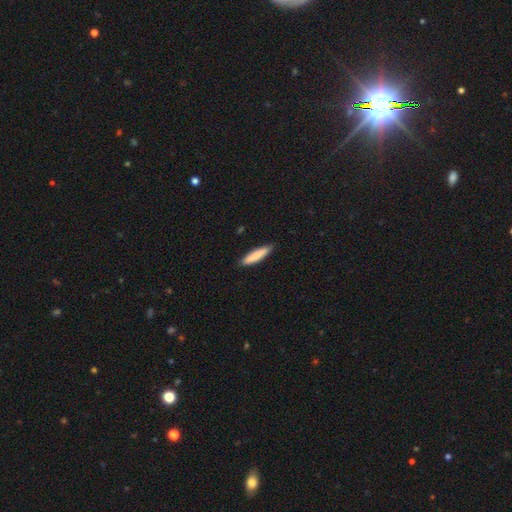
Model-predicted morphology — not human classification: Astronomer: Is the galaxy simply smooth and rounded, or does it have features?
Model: smooth — 85%.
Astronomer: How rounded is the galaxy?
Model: cigar-shaped — 82%.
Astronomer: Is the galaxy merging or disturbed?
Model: none — 87%.